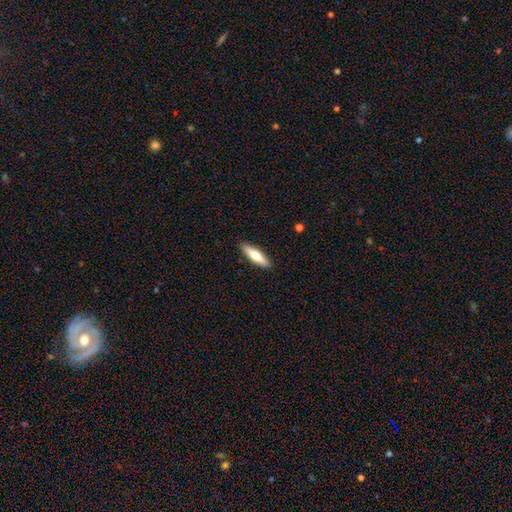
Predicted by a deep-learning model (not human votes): Smooth or featured: smooth — 58% (featured or disk — 36%)
How rounded: cigar-shaped — 74% (in between — 24%)
Merging: none — 91% (minor disturbance — 7%)